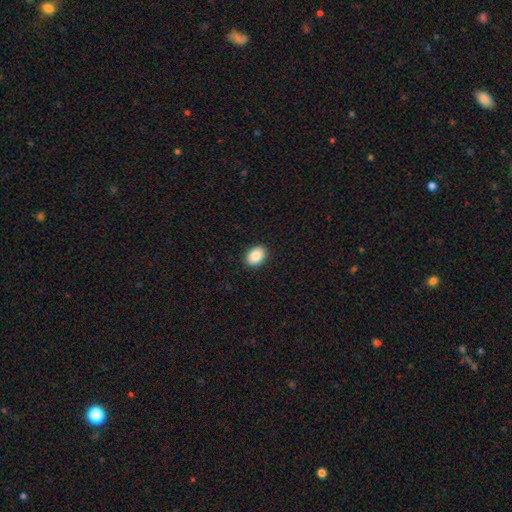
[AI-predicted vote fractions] Smooth or featured?
  - smooth: 89% *
  - star or artifact: 7%
  - featured or disk: 4%
How rounded?
  - in between: 79% *
  - round: 20%
  - cigar-shaped: 1%
Merging?
  - none: 91% *
  - minor disturbance: 6%
  - major disturbance: 2%
  - merger: 1%